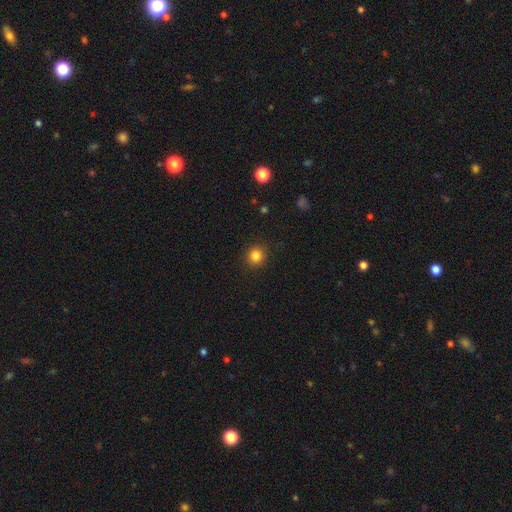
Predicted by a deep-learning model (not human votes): smooth-or-featured: smooth: 83% | star or artifact: 12% | featured or disk: 5%
  how-rounded: round: 91% | in between: 8% | cigar-shaped: 1%
  merging: none: 91% | minor disturbance: 6% | major disturbance: 2% | merger: 1%